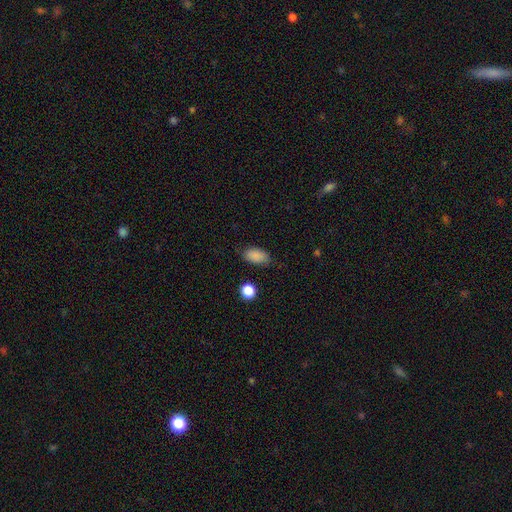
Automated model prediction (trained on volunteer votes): This is clearly a smooth galaxy (87%). How rounded: clearly in between (90%). Merging: likely none (78%).